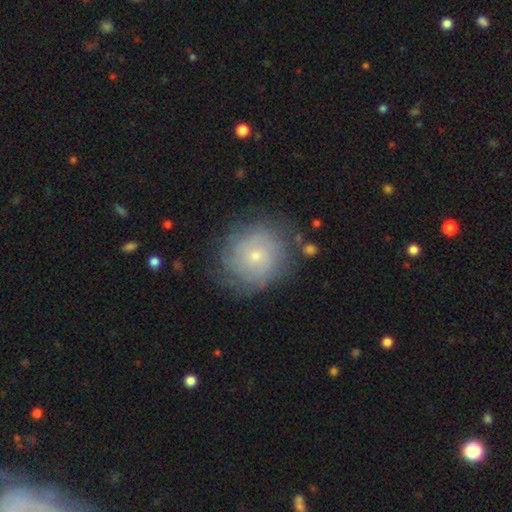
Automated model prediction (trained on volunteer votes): A featured or disk galaxy (58%) with no bar (78%), spiral arms (82%) and a small central bulge (68%). Merging: none (74%).